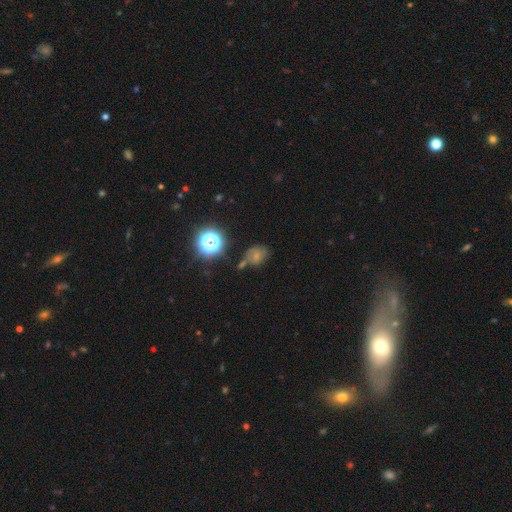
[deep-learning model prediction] This is possibly a smooth galaxy (51%). How rounded: possibly in between (49%, tied with round). Merging: possibly none (51%).